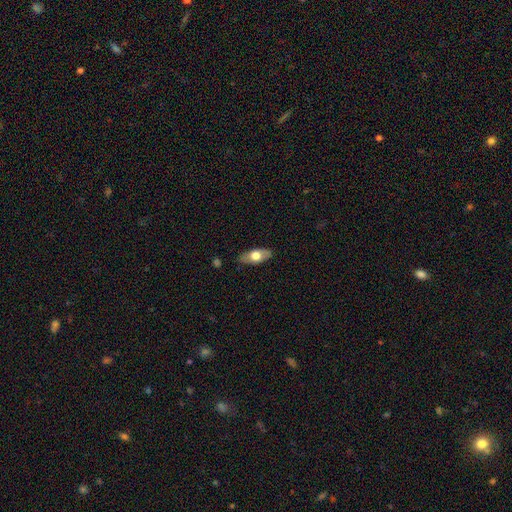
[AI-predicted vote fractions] smooth-or-featured: smooth: 59% | featured or disk: 35% | star or artifact: 6%
  how-rounded: in between: 83% | cigar-shaped: 13% | round: 4%
  merging: none: 84% | minor disturbance: 13% | major disturbance: 2% | merger: 1%